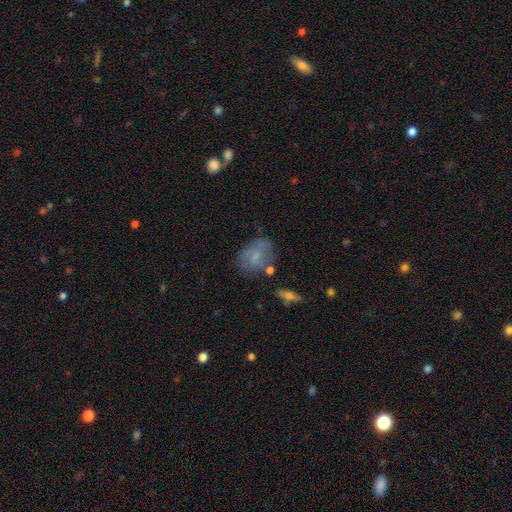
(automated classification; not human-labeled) Smooth or featured?
  - smooth: 59% *
  - featured or disk: 31%
  - star or artifact: 10%
How rounded?
  - in between: 72% *
  - round: 26%
  - cigar-shaped: 2%
Merging?
  - none: 60% *
  - minor disturbance: 24%
  - major disturbance: 10%
  - merger: 6%